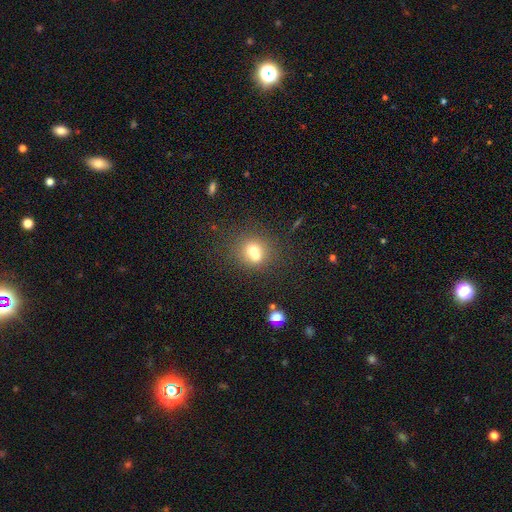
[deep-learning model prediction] Smooth or featured? Predicted: smooth (p=0.65). How rounded? Predicted: round (p=0.79). Merging? Predicted: merger (p=0.52).